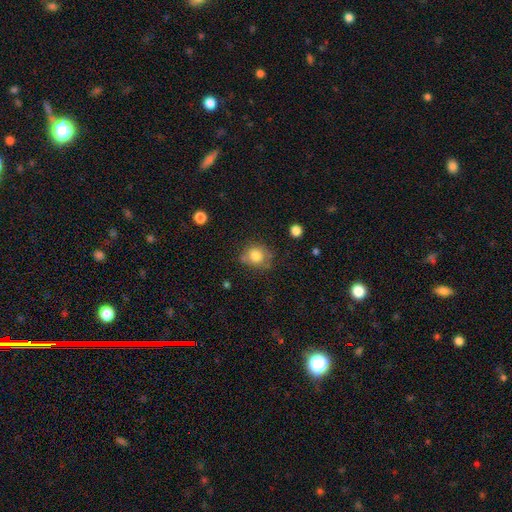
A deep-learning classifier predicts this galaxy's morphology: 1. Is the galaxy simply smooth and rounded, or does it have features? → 79% smooth, 11% featured or disk, 10% star or artifact.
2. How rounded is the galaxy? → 77% round, 22% in between, 1% cigar-shaped.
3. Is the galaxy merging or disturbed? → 67% none, 22% minor disturbance, 7% major disturbance, 5% merger.